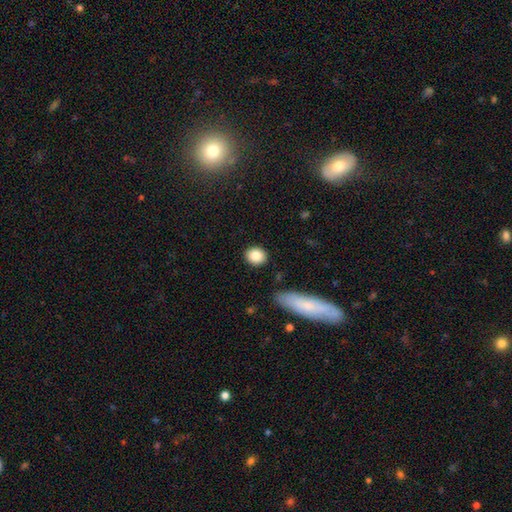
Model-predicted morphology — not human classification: smooth-or-featured: smooth: 85% | star or artifact: 8% | featured or disk: 7%
  how-rounded: round: 72% | in between: 26% | cigar-shaped: 2%
  merging: none: 88% | minor disturbance: 7% | major disturbance: 2% | merger: 2%